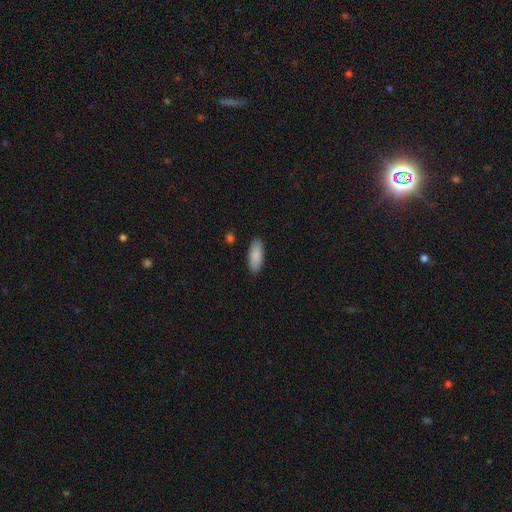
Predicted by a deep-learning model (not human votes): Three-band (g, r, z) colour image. It shows a smooth galaxy with no disk features (89%) that is in between round and cigar-shaped (80%). Merging: none (89%).